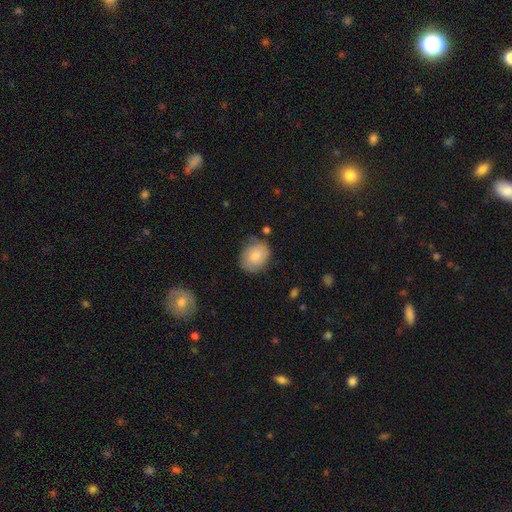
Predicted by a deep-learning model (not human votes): Q: Smooth or featured?
A: smooth (77%); runner-up: featured or disk (17%)
Q: How rounded?
A: in between (50%); runner-up: round (49%)
Q: Merging?
A: none (70%); runner-up: minor disturbance (23%)